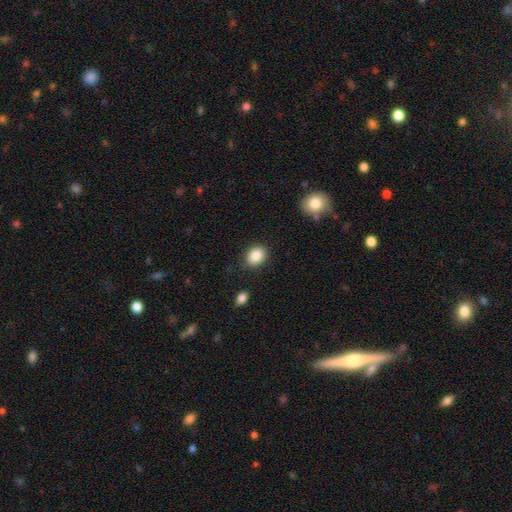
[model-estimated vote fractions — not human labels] smooth_or_featured: smooth (p=0.87) [alt: star or artifact p=0.08]
how_rounded: round (p=0.51) [alt: in between p=0.48]
merging: none (p=0.84) [alt: minor disturbance p=0.11]